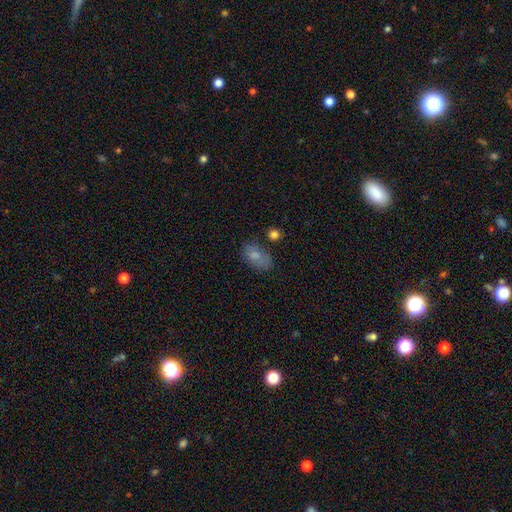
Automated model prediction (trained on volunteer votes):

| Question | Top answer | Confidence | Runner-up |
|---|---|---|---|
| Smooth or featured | smooth | 76% | featured or disk (14%) |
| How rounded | in between | 89% | round (9%) |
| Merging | none | 58% | minor disturbance (24%) |